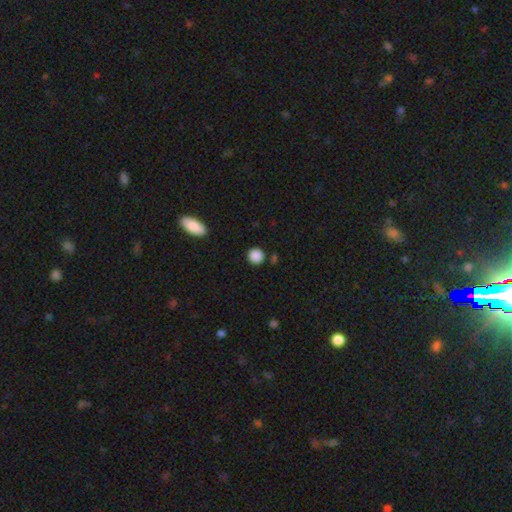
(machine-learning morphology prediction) smooth-or-featured: smooth: 88% | star or artifact: 9% | featured or disk: 3%
  how-rounded: round: 92% | in between: 7% | cigar-shaped: 1%
  merging: none: 88% | minor disturbance: 6% | merger: 3% | major disturbance: 2%